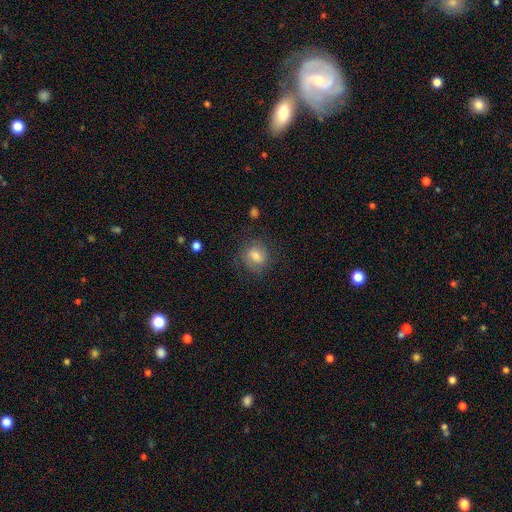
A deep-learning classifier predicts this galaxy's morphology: This appears to be a smooth galaxy with no disk features (60%) that is round (65%). Merging: none (71%).